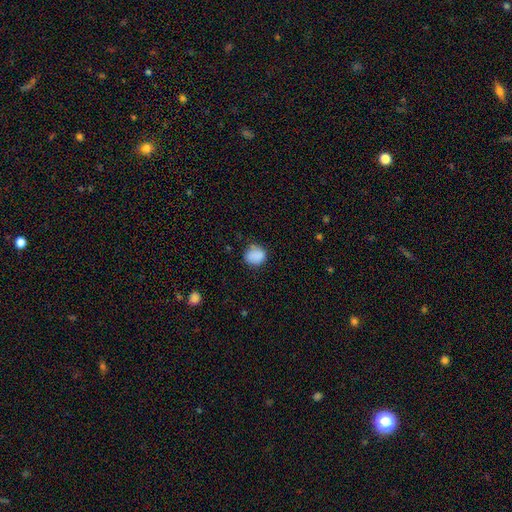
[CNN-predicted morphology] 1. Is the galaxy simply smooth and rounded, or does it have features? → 86% smooth, 9% star or artifact, 5% featured or disk.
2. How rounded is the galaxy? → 77% round, 22% in between, 1% cigar-shaped.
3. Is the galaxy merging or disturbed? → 72% none, 21% minor disturbance, 5% major disturbance, 2% merger.